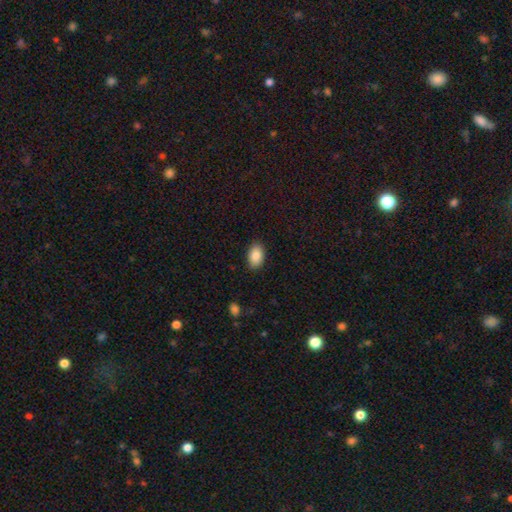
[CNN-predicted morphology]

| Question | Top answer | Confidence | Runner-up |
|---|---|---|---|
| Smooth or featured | smooth | 87% | star or artifact (7%) |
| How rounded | in between | 91% | round (8%) |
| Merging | none | 88% | minor disturbance (9%) |